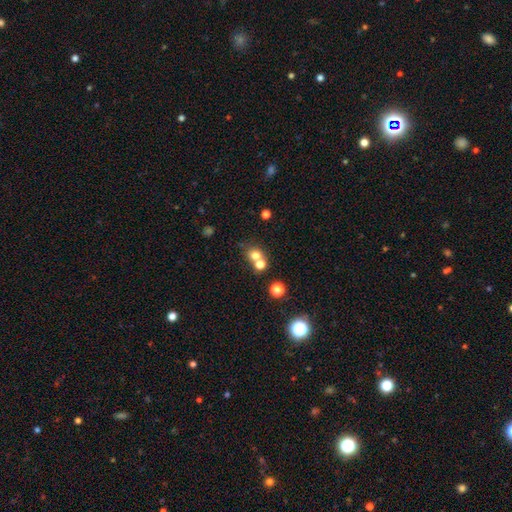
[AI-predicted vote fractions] smooth 72%, star or artifact 17%, featured or disk 11%. Down the decision tree: how rounded — round (78%); merging — none (48%).